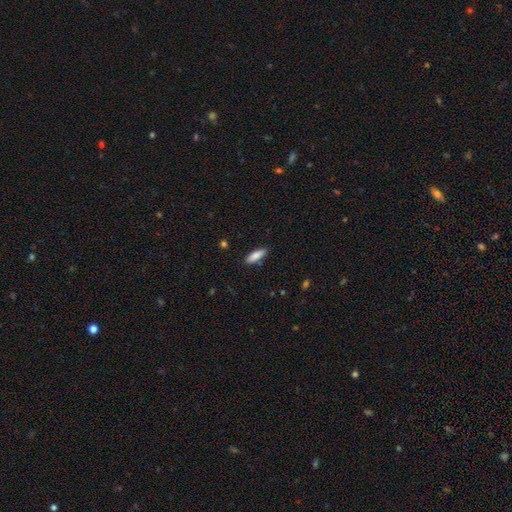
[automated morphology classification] This appears to be a smooth galaxy with no disk features (84%) that is in between round and cigar-shaped (52%). Merging: none (86%).